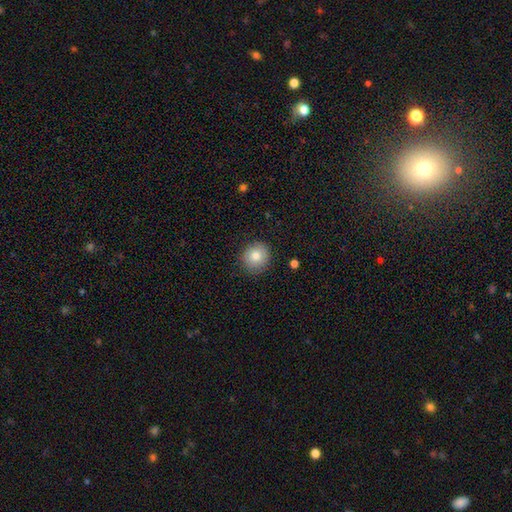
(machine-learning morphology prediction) Overall: smooth (79%). How rounded: round (89%). Merging: none (87%).